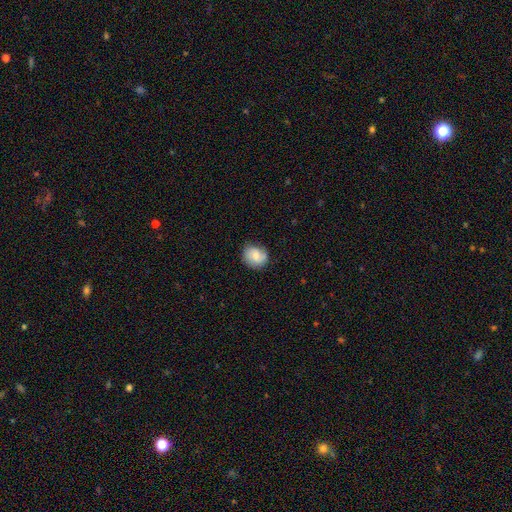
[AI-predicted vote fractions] Smooth or featured? Predicted: smooth (p=0.69). How rounded? Predicted: round (p=0.72). Merging? Predicted: none (p=0.74).